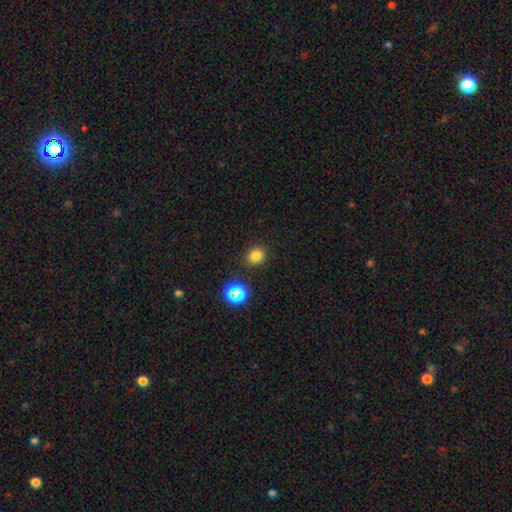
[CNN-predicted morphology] Smooth or featured? smooth (76%)
How rounded? round (72%)
Merging? none (87%)